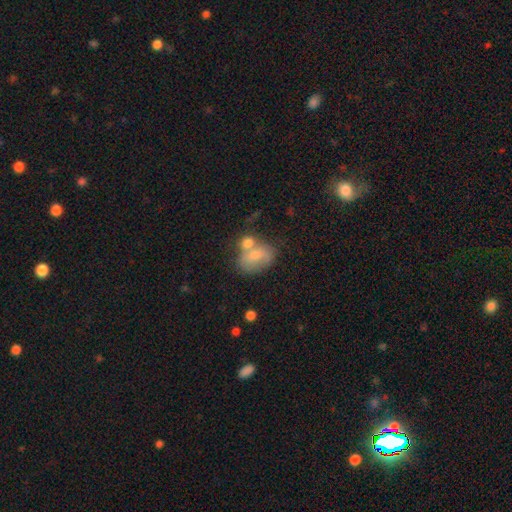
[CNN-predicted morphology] Smooth or featured? smooth (68%)
How rounded? in between (73%)
Merging? merger (45%)